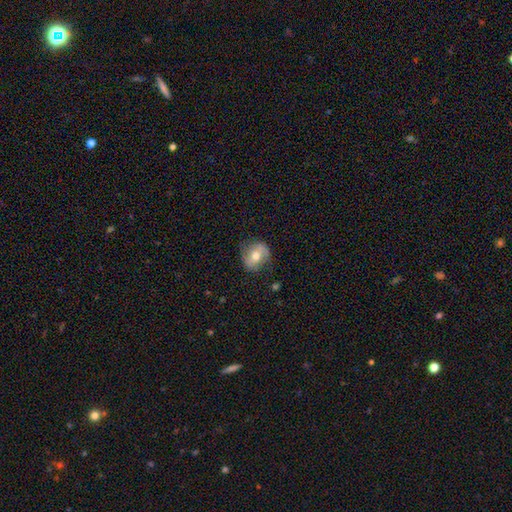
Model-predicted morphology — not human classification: A featured or disk galaxy (50%). Merging: none (75%).